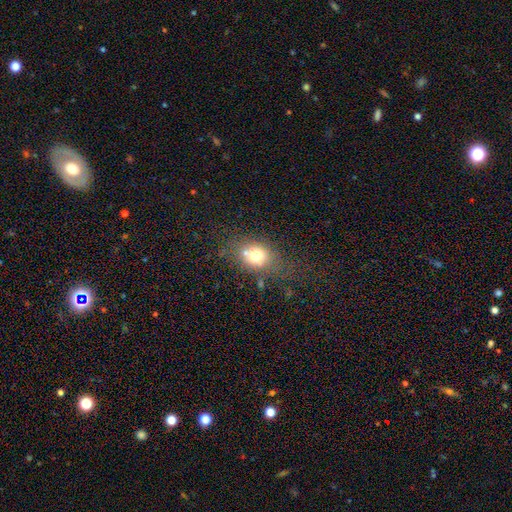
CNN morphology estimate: This appears to be a smooth galaxy with no disk features (67%) that is round (49%, tied with in between). Merging: none (54%).